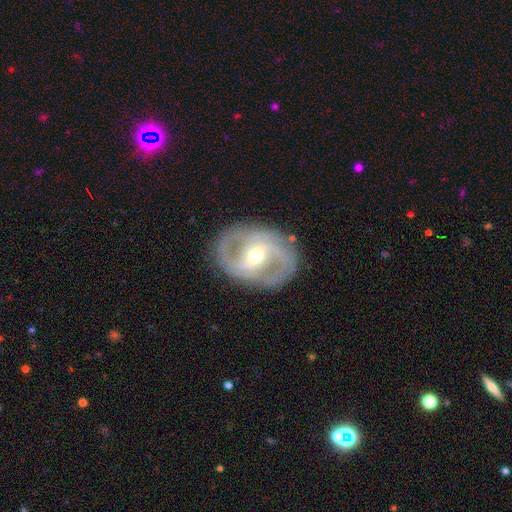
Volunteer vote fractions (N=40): Q: Smooth or featured?
A: featured or disk (92%); runner-up: star or artifact (5%)
Q: Edge-on disk?
A: no (100%)
Q: Bar?
A: strong (49%); runner-up: weak (41%)
Q: Spiral arms?
A: yes (97%); runner-up: no (3%)
Q: Spiral winding?
A: medium (58%); runner-up: tight (31%)
Q: Spiral arm count?
A: 2 (89%); runner-up: 3 (8%)
Q: Bulge size?
A: moderate (78%); runner-up: small (16%)
Q: Merging?
A: none (92%); runner-up: major disturbance (5%)